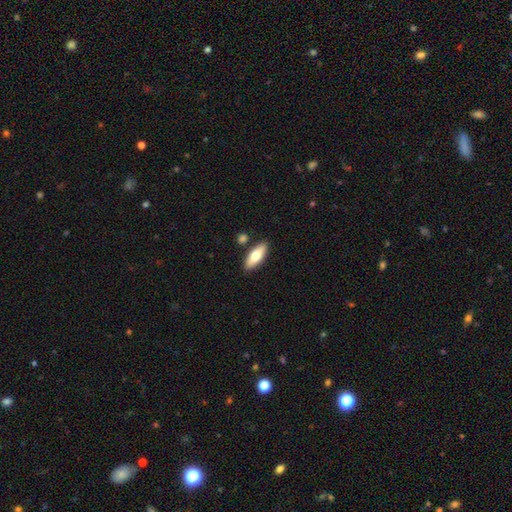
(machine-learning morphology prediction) This appears to be a smooth galaxy with no disk features (68%) that is in between round and cigar-shaped (68%). Merging: none (85%).